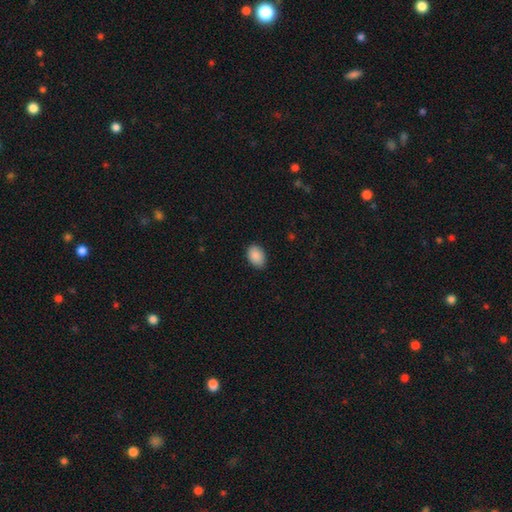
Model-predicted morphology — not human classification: smooth 90%, star or artifact 7%, featured or disk 3%. Down the decision tree: how rounded — in between (87%); merging — none (87%).